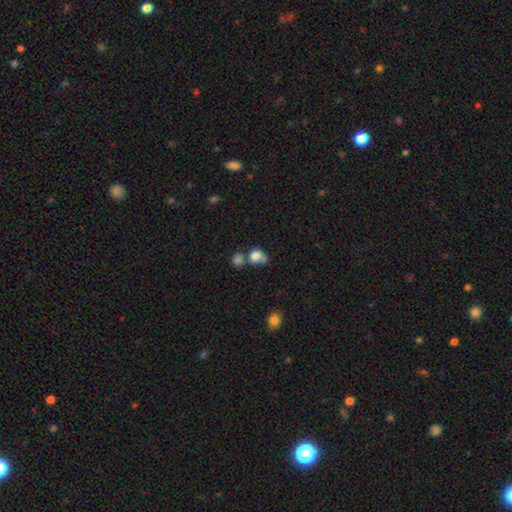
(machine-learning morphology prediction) A smooth galaxy with no disk features (79%) that is round (64%). Merging: none (36%).